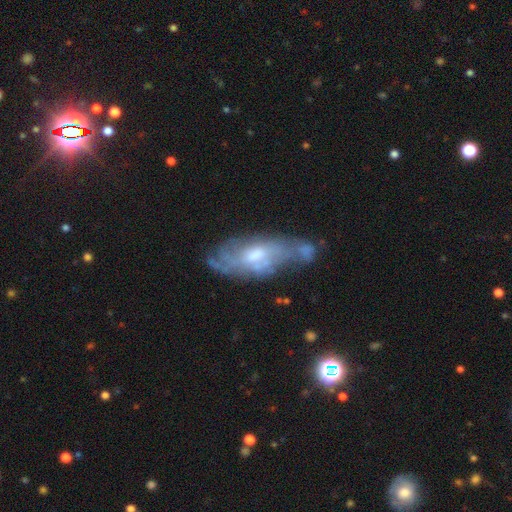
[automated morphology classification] Overall: featured or disk (73%). Edge-on disk: no (84%). Bar: no (52%; weak 41%). Spiral arms: yes (78%). Bulge size: moderate (61%; small 29%). Merging: none (47%; minor disturbance 25%).